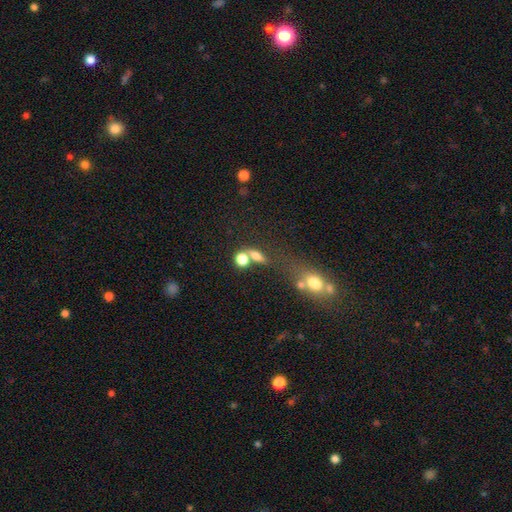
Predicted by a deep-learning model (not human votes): Smooth or featured: smooth — 69% (featured or disk — 16%)
How rounded: in between — 49% (round — 37%)
Merging: none — 42% (merger — 38%)